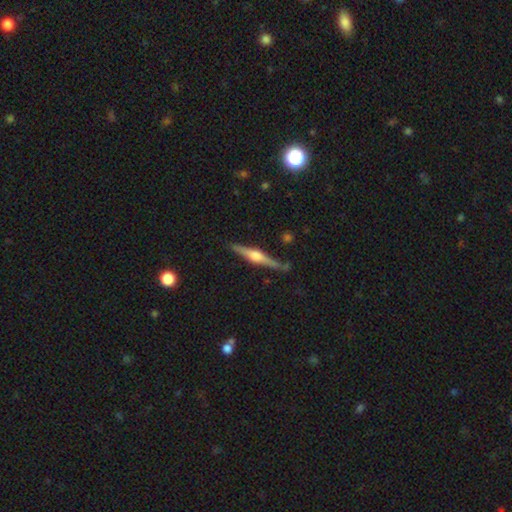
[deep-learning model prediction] Smooth or featured? featured or disk (76%)
Edge-on disk? yes (98%)
Edge-on bulge? rounded (90%)
Merging? none (85%)